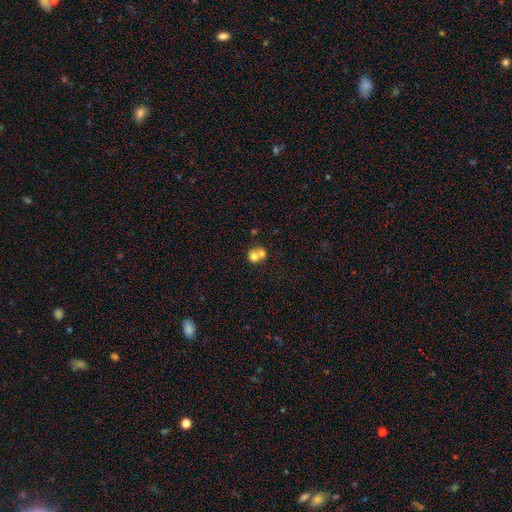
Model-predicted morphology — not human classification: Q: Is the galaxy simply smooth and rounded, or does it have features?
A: smooth — 69%.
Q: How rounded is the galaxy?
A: round — 78%.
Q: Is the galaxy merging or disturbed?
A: merger — 63%.